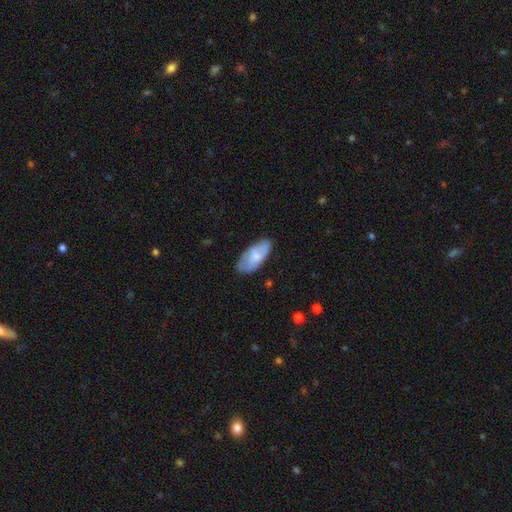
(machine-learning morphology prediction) Smooth or featured: smooth — 66% (featured or disk — 28%)
How rounded: in between — 91% (cigar-shaped — 7%)
Merging: none — 72% (minor disturbance — 22%)